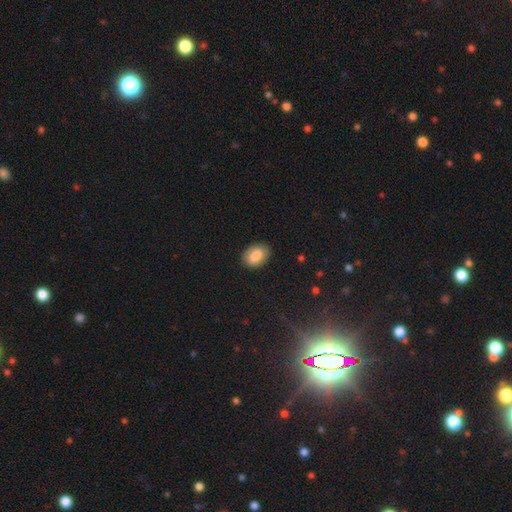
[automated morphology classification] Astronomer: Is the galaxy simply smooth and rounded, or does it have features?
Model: smooth — 83%.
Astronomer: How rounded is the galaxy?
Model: in between — 84%.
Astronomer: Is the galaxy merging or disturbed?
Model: none — 83%.